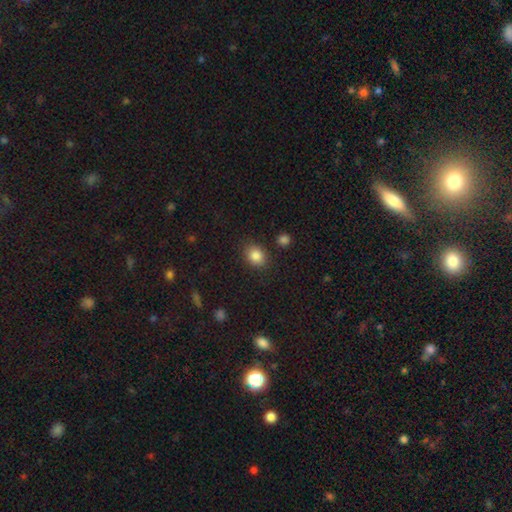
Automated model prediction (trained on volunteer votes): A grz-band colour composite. It shows a smooth galaxy with no disk features (85%) that is in between round and cigar-shaped (50%). Merging: none (84%).